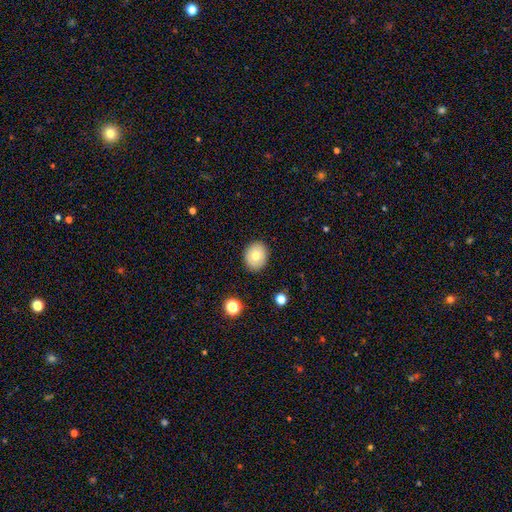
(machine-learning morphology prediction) smooth-or-featured: smooth: 74% | featured or disk: 17% | star or artifact: 9%
  how-rounded: round: 63% | in between: 36% | cigar-shaped: 1%
  merging: none: 88% | minor disturbance: 8% | major disturbance: 2% | merger: 1%